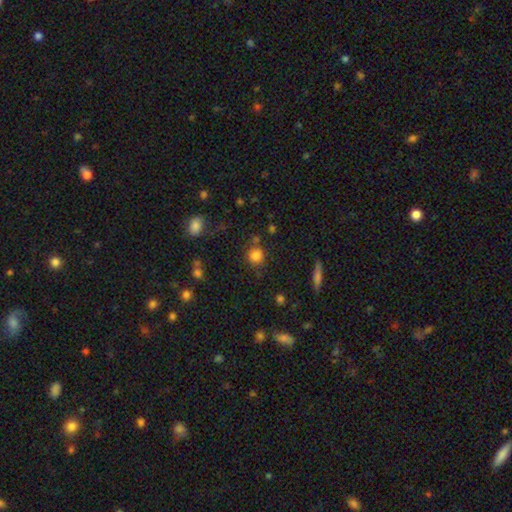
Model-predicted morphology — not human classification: smooth_or_featured: smooth (p=0.81) [alt: star or artifact p=0.13]
how_rounded: round (p=0.88) [alt: in between p=0.11]
merging: none (p=0.75) [alt: minor disturbance p=0.12]